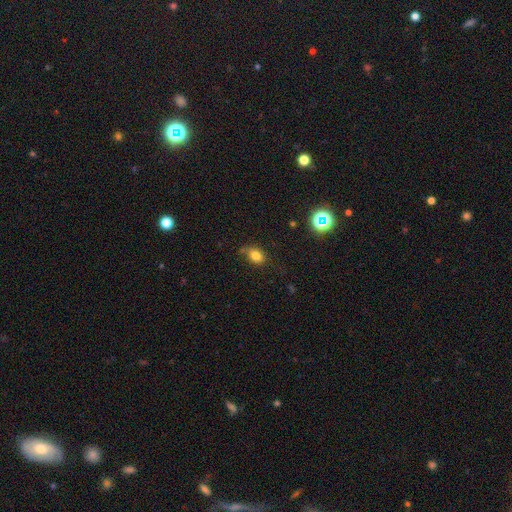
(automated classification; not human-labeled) Q: Smooth or featured?
A: smooth (78%); runner-up: star or artifact (13%)
Q: How rounded?
A: in between (71%); runner-up: round (27%)
Q: Merging?
A: none (71%); runner-up: minor disturbance (21%)